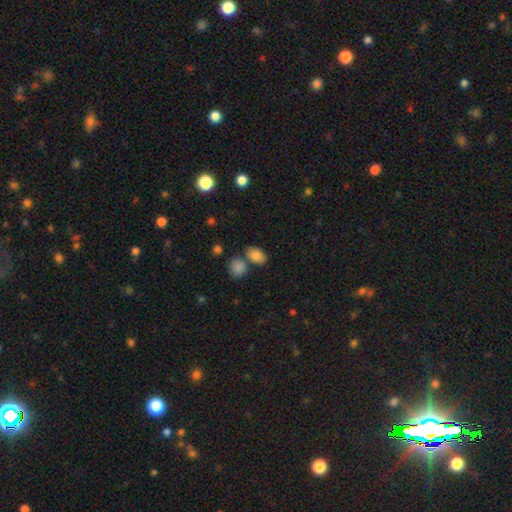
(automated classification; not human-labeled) Smooth or featured? smooth (84%)
How rounded? in between (85%)
Merging? none (62%)